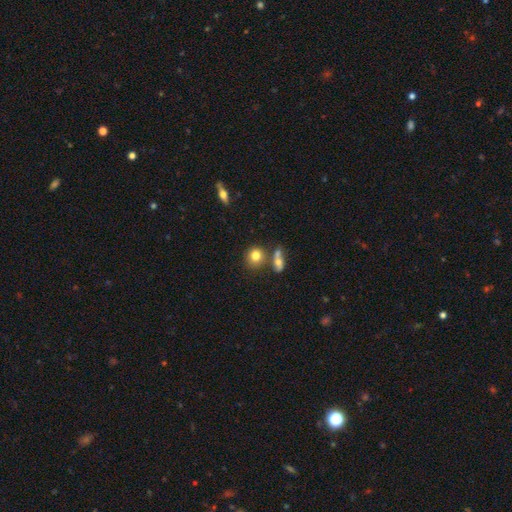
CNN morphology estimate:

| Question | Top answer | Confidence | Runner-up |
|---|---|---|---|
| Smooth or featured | smooth | 79% | star or artifact (11%) |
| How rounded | round | 80% | in between (19%) |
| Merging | none | 65% | merger (21%) |